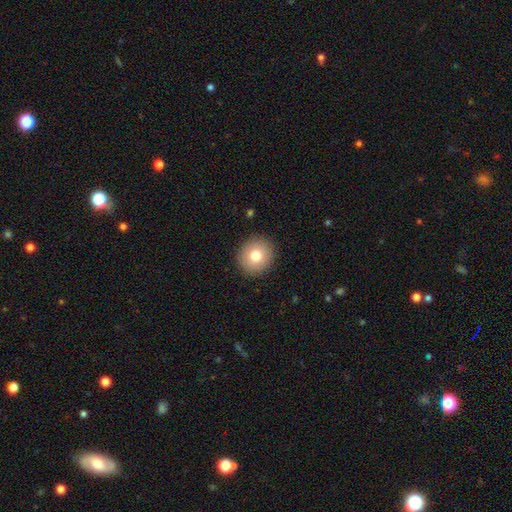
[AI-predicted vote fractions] A smooth galaxy with no disk features (78%) that is round (87%). Merging: none (91%).